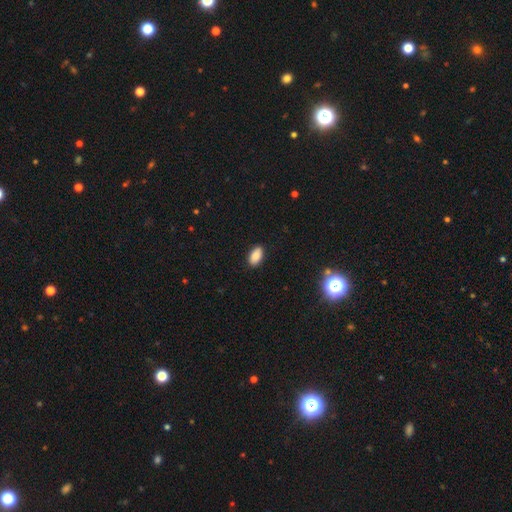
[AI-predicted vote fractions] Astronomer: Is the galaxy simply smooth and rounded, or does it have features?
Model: smooth — 88%.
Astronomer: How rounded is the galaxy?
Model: in between — 94%.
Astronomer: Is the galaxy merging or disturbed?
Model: none — 89%.